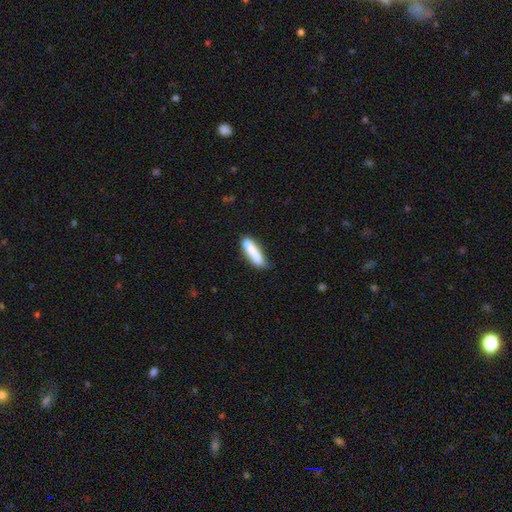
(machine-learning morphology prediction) A smooth galaxy with no disk features (80%) that is cigar-shaped (76%). Merging: none (70%).